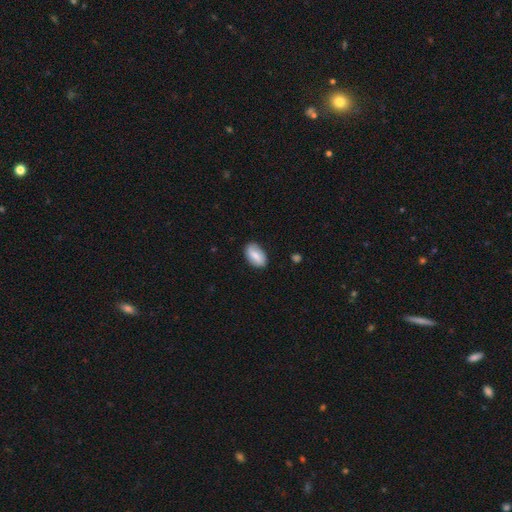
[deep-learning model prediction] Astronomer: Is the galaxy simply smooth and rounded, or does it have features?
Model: smooth — 72%.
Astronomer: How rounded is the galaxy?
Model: in between — 93%.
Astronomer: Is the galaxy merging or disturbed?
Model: none — 81%.